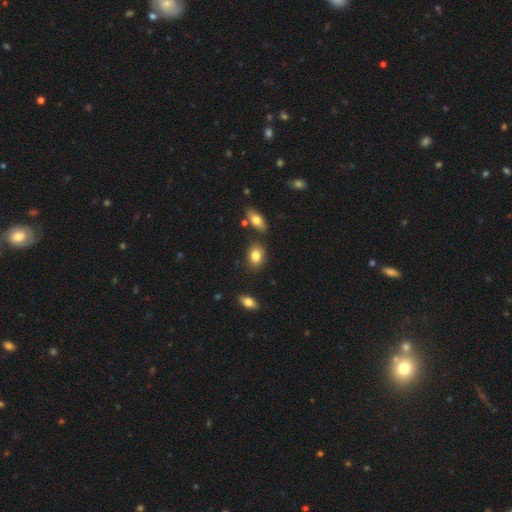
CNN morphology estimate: This appears to be a smooth galaxy with no disk features (82%) that is in between round and cigar-shaped (77%). Merging: none (77%).